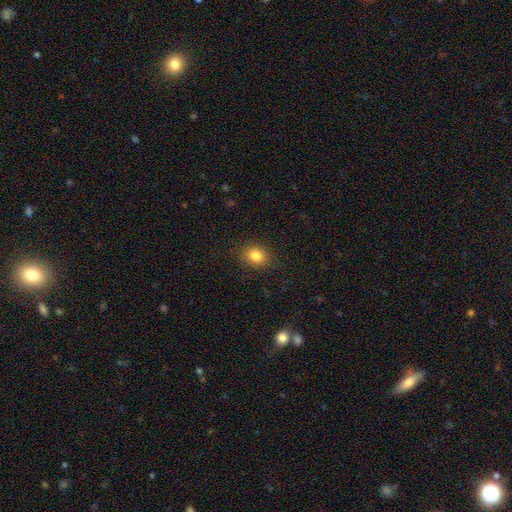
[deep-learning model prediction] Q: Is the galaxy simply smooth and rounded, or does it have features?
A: smooth — 83%.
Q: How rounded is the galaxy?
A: round — 57%.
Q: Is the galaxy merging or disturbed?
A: none — 88%.